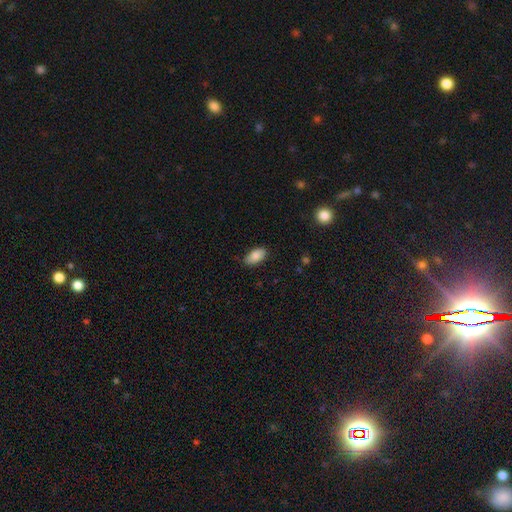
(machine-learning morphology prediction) smooth_or_featured: smooth (p=0.87) [alt: star or artifact p=0.07]
how_rounded: in between (p=0.93) [alt: round p=0.04]
merging: none (p=0.82) [alt: minor disturbance p=0.15]